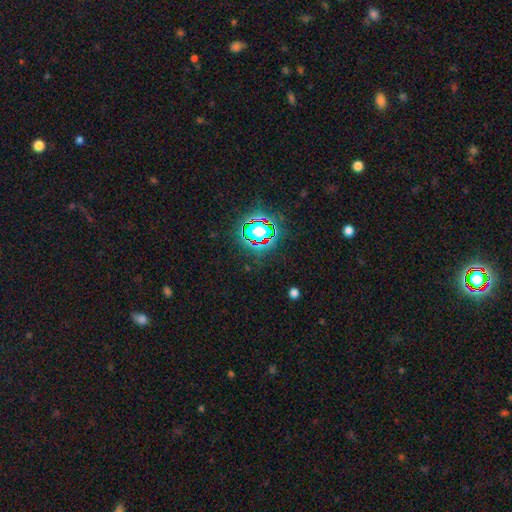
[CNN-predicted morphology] A star or artifact, not a galaxy (79%).

Vote fractions:
- Smooth or featured? star or artifact: 79% / smooth: 13% / featured or disk: 8%